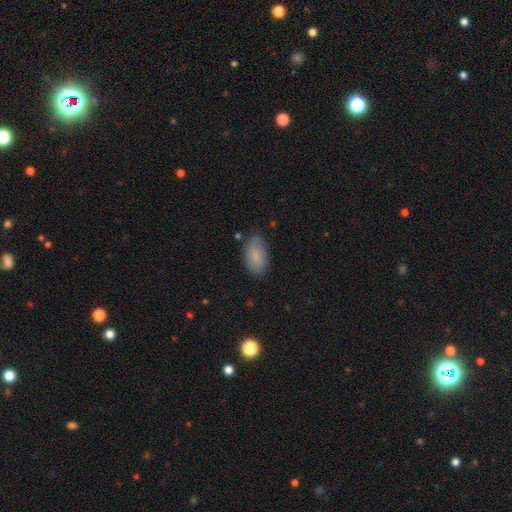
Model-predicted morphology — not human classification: Q: Smooth or featured?
A: smooth (79%); runner-up: featured or disk (14%)
Q: How rounded?
A: in between (93%); runner-up: round (3%)
Q: Merging?
A: none (77%); runner-up: minor disturbance (18%)